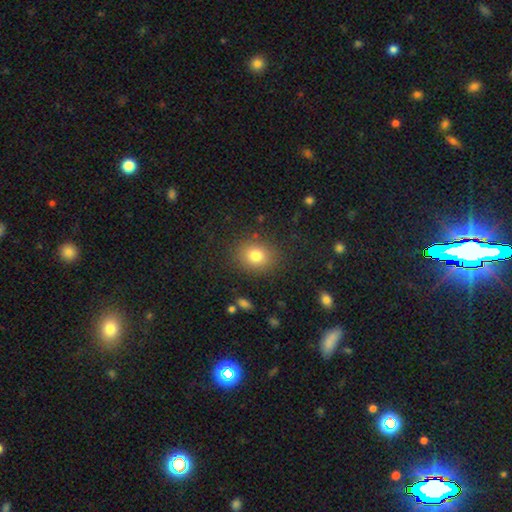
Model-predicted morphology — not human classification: The model was most divided on "how rounded": round: 62%, in between: 37%, cigar-shaped: 1%. More confident: merging — none (85%); smooth or featured — smooth (79%).